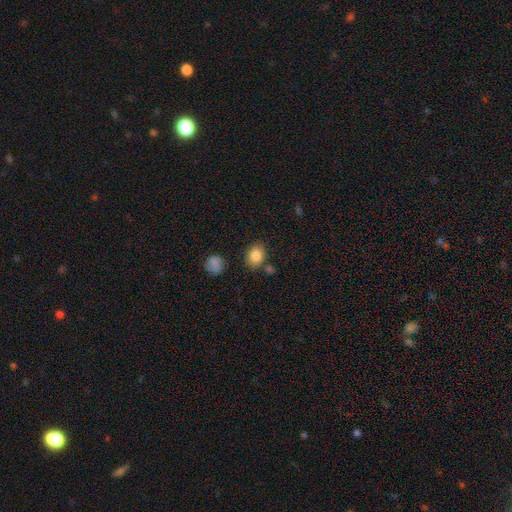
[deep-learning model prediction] smooth-or-featured: smooth: 83% | star or artifact: 10% | featured or disk: 7%
  how-rounded: round: 54% | in between: 45% | cigar-shaped: 1%
  merging: none: 79% | minor disturbance: 11% | merger: 7% | major disturbance: 3%